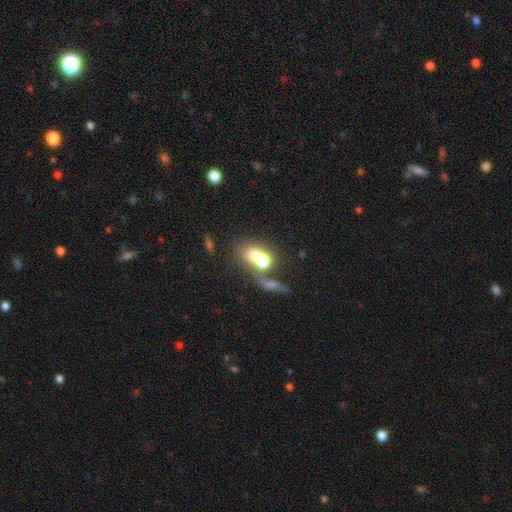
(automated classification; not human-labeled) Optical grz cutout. It shows a smooth galaxy with no disk features (61%) that is in between round and cigar-shaped (49%). Merging: merger (63%).